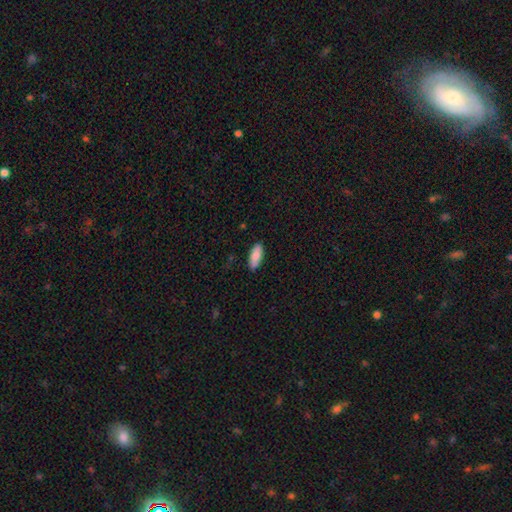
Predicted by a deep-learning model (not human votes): A smooth galaxy with no disk features (88%) that is in between round and cigar-shaped (72%).

Vote fractions:
- Smooth or featured? smooth: 88% / featured or disk: 6% / star or artifact: 6%
- How rounded? in between: 72% / cigar-shaped: 26% / round: 2%
- Merging? none: 87% / minor disturbance: 10% / major disturbance: 2% / merger: 1%